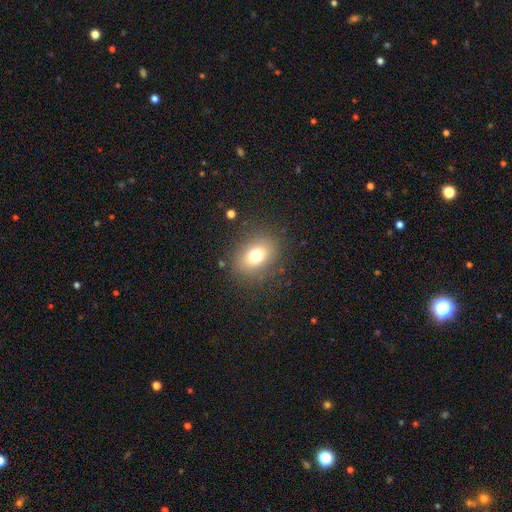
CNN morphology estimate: Q: Smooth or featured?
A: smooth (74%); runner-up: star or artifact (13%)
Q: How rounded?
A: in between (61%); runner-up: round (37%)
Q: Merging?
A: none (84%); runner-up: minor disturbance (10%)